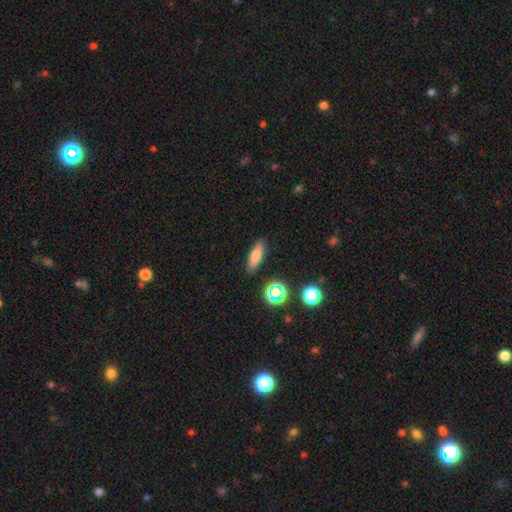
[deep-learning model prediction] This appears to be a smooth galaxy with no disk features (75%) that is in between round and cigar-shaped (49%). Merging: none (87%).